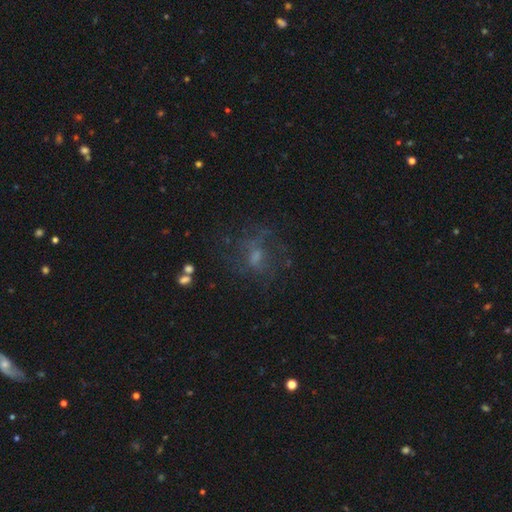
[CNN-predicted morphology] This is marginally a featured or disk galaxy (43%). Merging: possibly none (56%).